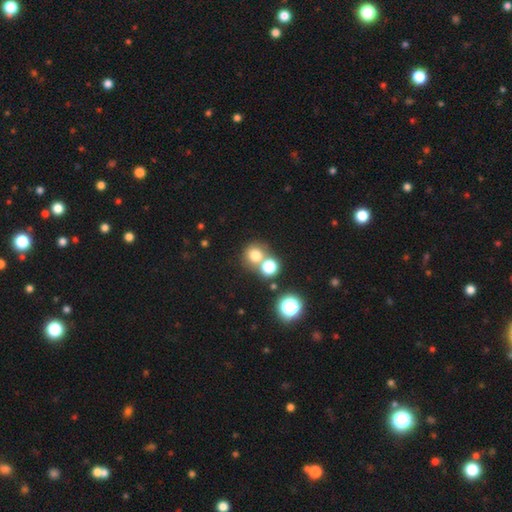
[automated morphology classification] This appears to be a smooth galaxy with no disk features (72%) that is round (88%). Merging: none (56%).